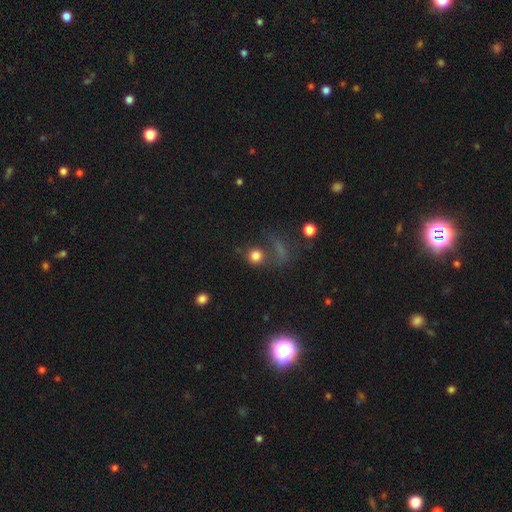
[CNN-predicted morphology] Smooth or featured?
  - smooth: 80% *
  - star or artifact: 13%
  - featured or disk: 7%
How rounded?
  - round: 87% *
  - in between: 11%
  - cigar-shaped: 1%
Merging?
  - none: 64% *
  - merger: 15%
  - minor disturbance: 13%
  - major disturbance: 9%